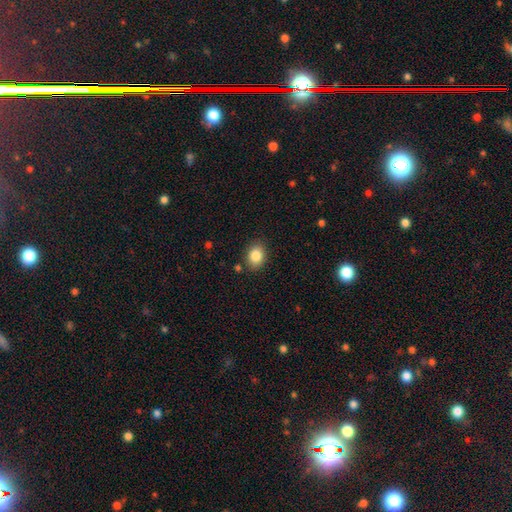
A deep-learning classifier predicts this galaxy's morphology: smooth_or_featured: smooth (p=0.86) [alt: star or artifact p=0.09]
how_rounded: in between (p=0.62) [alt: round p=0.37]
merging: none (p=0.85) [alt: minor disturbance p=0.10]